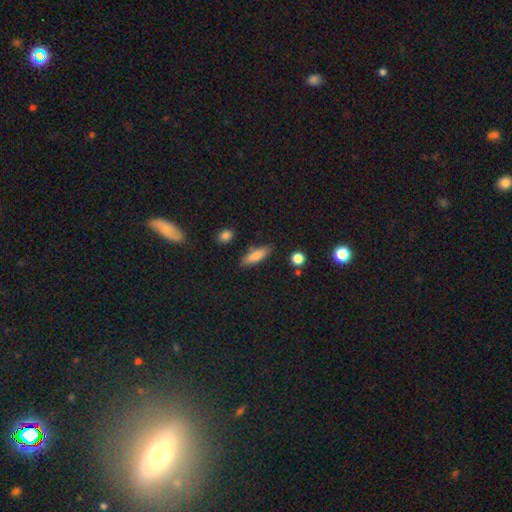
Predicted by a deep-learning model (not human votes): The model was most divided on "how rounded": cigar-shaped: 55%, in between: 42%, round: 3%. More confident: merging — none (82%); smooth or featured — smooth (80%).